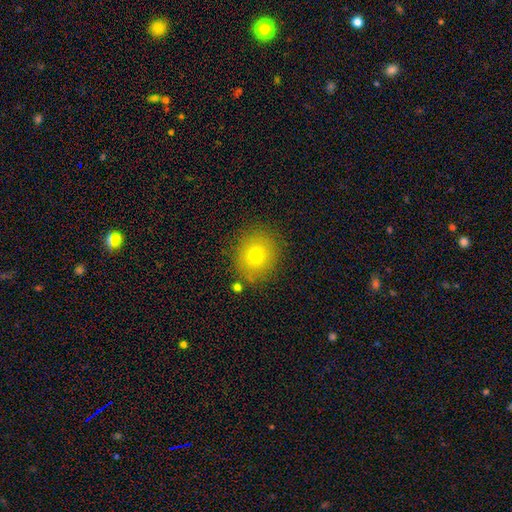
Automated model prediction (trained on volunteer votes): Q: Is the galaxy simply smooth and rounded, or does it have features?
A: smooth — 72%.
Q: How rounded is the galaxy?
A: round — 82%.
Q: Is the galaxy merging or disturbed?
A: none — 85%.